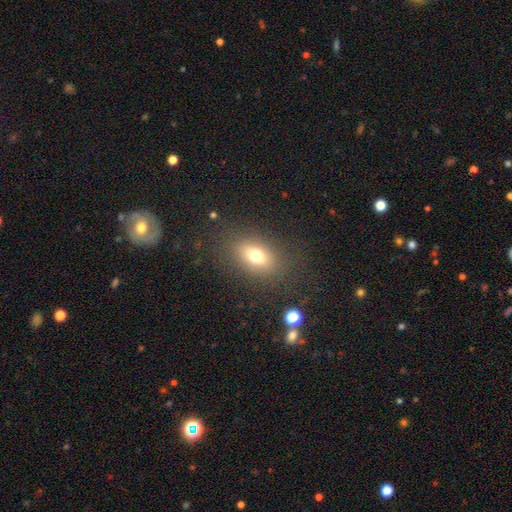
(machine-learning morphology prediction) A smooth galaxy with no disk features (71%) that is in between round and cigar-shaped (77%). Merging: none (83%).